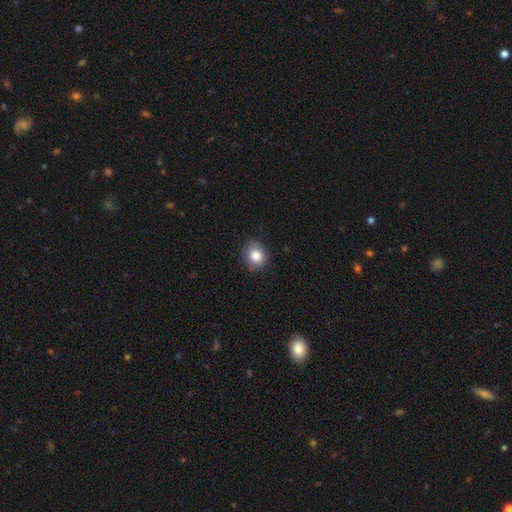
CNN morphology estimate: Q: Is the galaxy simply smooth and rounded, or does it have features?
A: smooth — 81%.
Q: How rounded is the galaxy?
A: round — 72%.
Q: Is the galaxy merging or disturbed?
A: none — 80%.